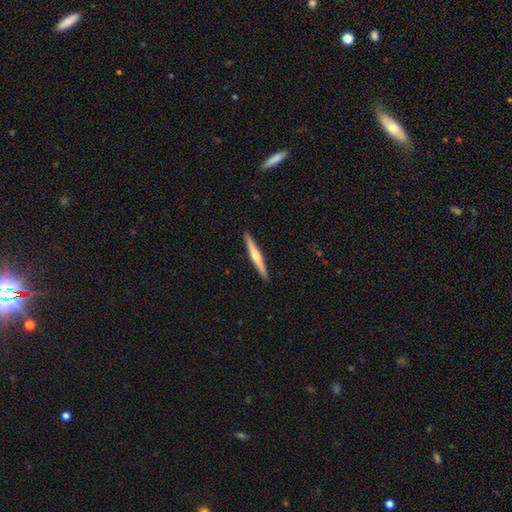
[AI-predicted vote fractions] Smooth or featured? featured or disk (61%)
Edge-on disk? yes (98%)
Edge-on bulge? rounded (83%)
Merging? none (92%)